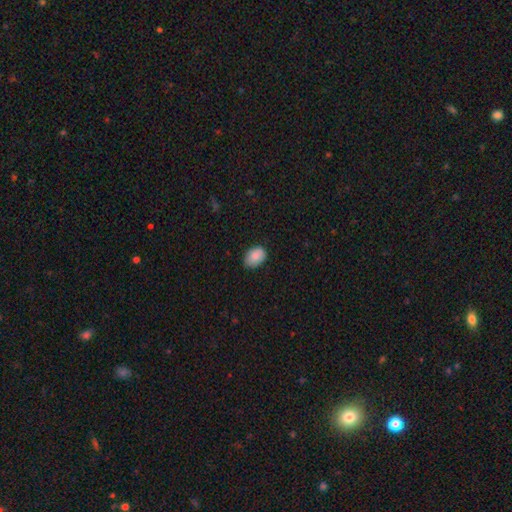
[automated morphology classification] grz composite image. It shows a smooth galaxy with no disk features (88%) that is in between round and cigar-shaped (82%). Merging: none (80%).